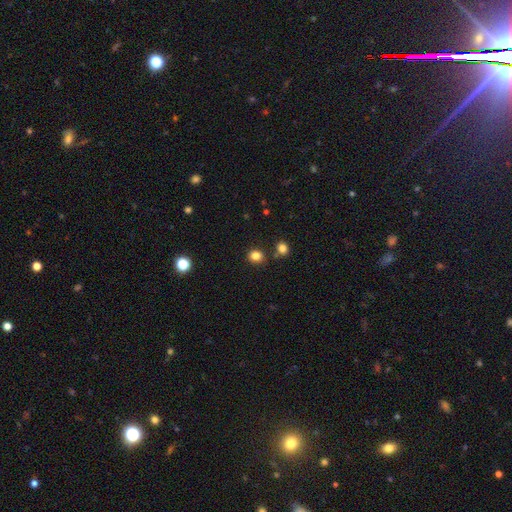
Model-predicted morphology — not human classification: Overall: smooth (83%). How rounded: round (79%). Merging: none (82%).